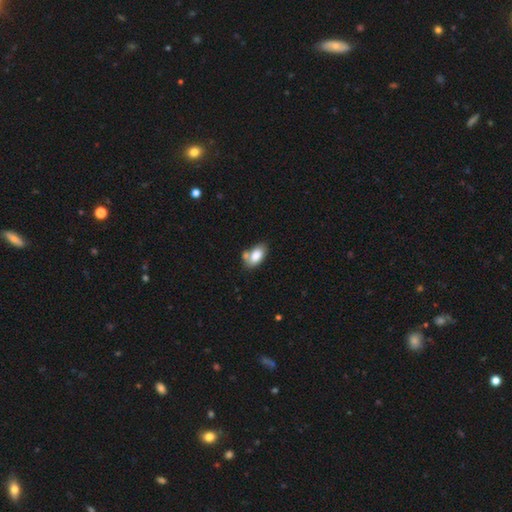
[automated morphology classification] Smooth or featured? smooth (82%)
How rounded? in between (92%)
Merging? none (53%)